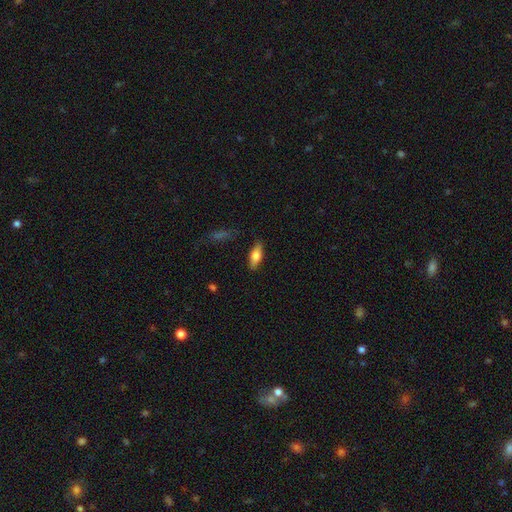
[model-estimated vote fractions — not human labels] smooth_or_featured: smooth (p=0.71) [alt: featured or disk p=0.22]
how_rounded: in between (p=0.71) [alt: cigar-shaped p=0.26]
merging: none (p=0.85) [alt: minor disturbance p=0.11]